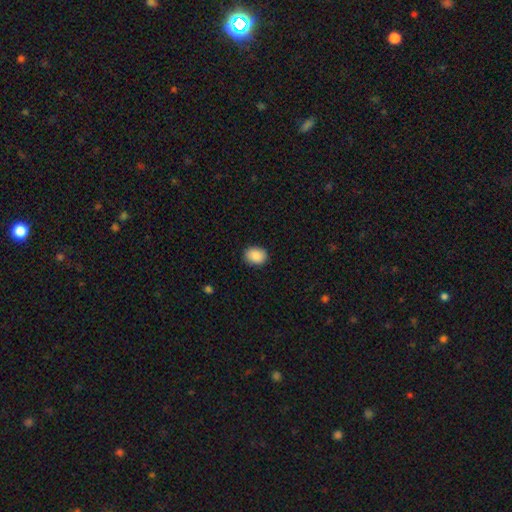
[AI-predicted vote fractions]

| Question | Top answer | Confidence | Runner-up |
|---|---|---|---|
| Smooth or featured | smooth | 89% | star or artifact (8%) |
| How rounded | in between | 57% | round (42%) |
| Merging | none | 86% | minor disturbance (10%) |